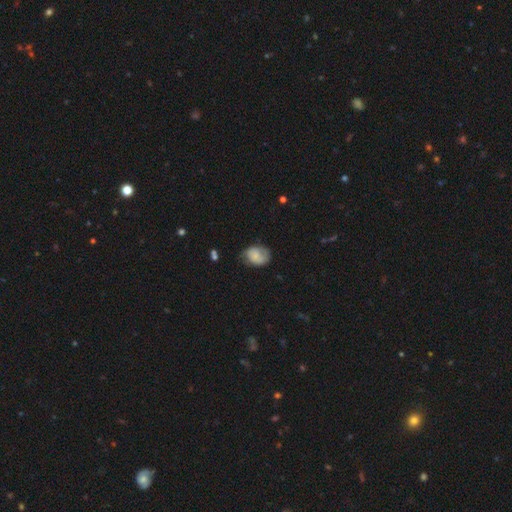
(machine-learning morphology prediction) Q: Smooth or featured?
A: smooth (56%); runner-up: featured or disk (35%)
Q: How rounded?
A: in between (63%); runner-up: round (36%)
Q: Merging?
A: none (57%); runner-up: minor disturbance (30%)